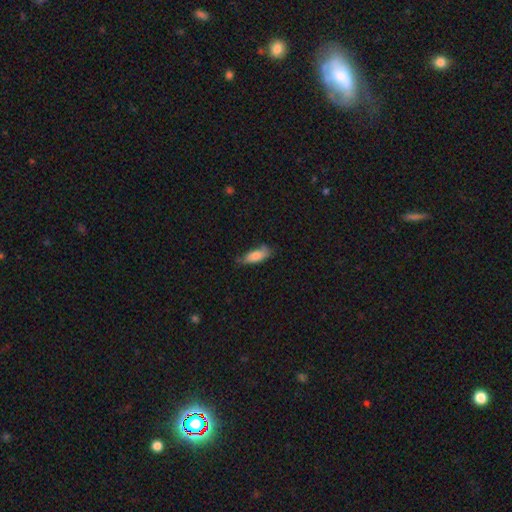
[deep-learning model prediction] Smooth or featured? Predicted: smooth (p=0.78). How rounded? Predicted: in between (p=0.73). Merging? Predicted: none (p=0.57).